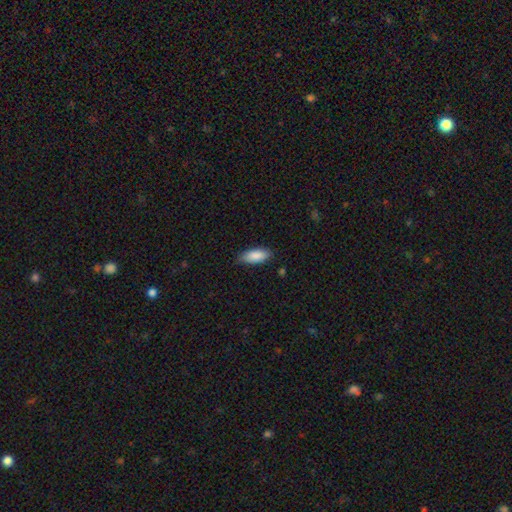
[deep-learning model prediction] Morphology: type=smooth (88%); roundness=in between (86%); merging=none (79%).